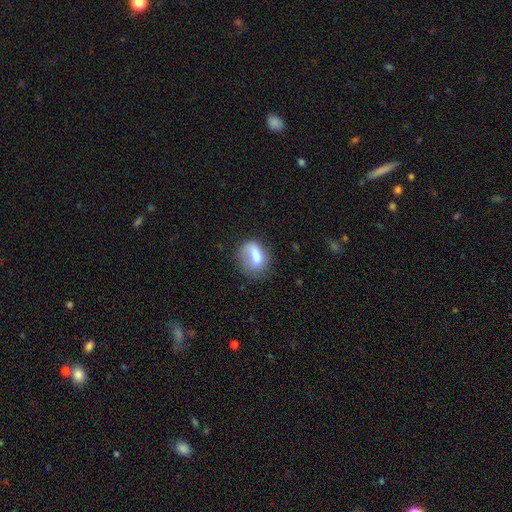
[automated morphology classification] Smooth or featured?
  - smooth: 69% *
  - featured or disk: 22%
  - star or artifact: 9%
How rounded?
  - in between: 57% *
  - round: 40%
  - cigar-shaped: 3%
Merging?
  - none: 50% *
  - minor disturbance: 26%
  - major disturbance: 20%
  - merger: 5%